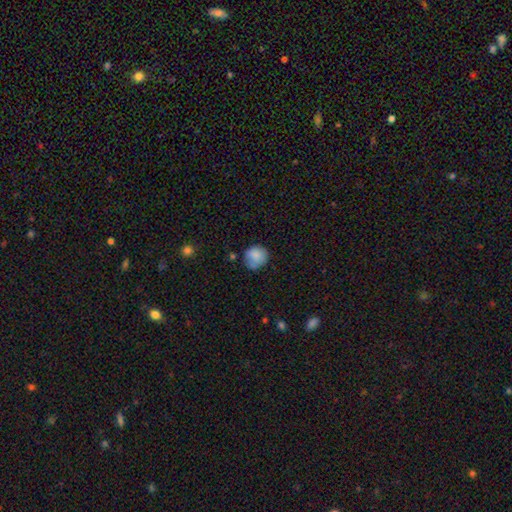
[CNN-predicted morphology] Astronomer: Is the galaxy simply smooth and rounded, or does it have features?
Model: smooth — 81%.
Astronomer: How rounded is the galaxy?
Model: round — 81%.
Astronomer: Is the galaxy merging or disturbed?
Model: none — 58%.